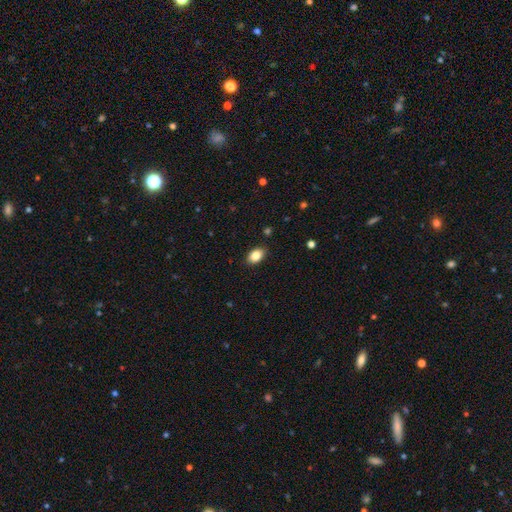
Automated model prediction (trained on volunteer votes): This is clearly a smooth galaxy (86%). How rounded: clearly in between (88%). Merging: clearly none (87%).